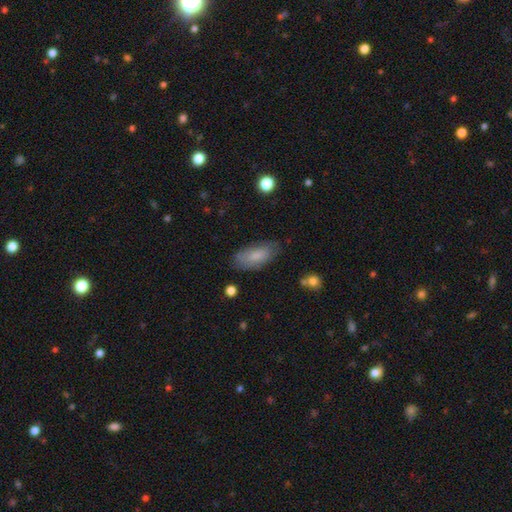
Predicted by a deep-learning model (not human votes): A smooth galaxy with no disk features (76%) that is in between round and cigar-shaped (87%). Merging: none (73%).